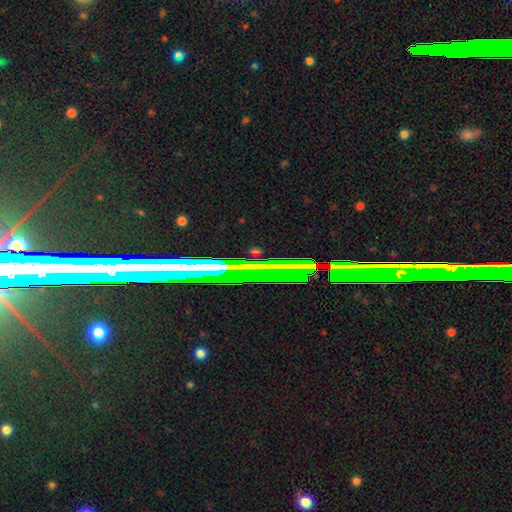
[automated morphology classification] This is possibly a star or artifact rather than a galaxy (51%).